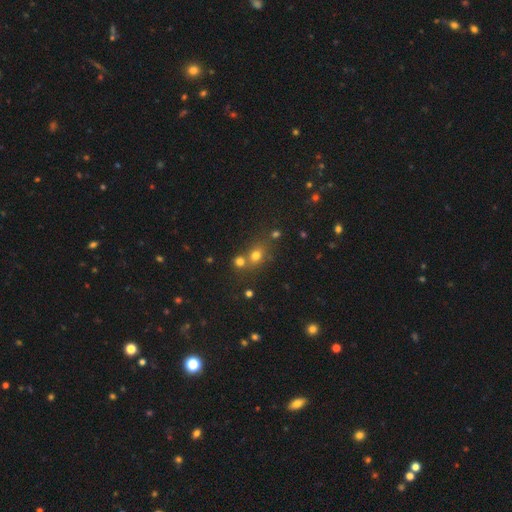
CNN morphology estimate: smooth_or_featured: smooth (p=0.70) [alt: star or artifact p=0.19]
how_rounded: round (p=0.66) [alt: in between p=0.32]
merging: none (p=0.53) [alt: merger p=0.33]